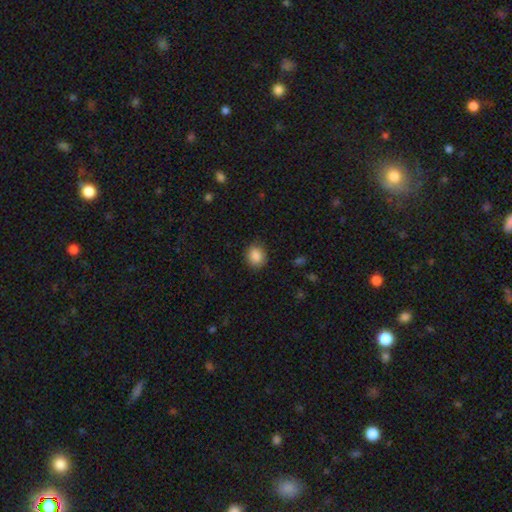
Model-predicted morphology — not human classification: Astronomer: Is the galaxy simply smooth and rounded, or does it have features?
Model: smooth — 88%.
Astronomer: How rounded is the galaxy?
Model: round — 54% (runner-up: in between, 45%).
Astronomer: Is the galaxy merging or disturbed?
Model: none — 84%.